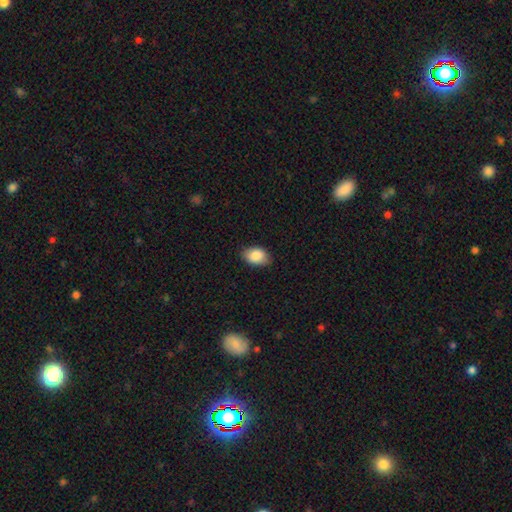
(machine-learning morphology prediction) Smooth or featured?
  - smooth: 87% *
  - star or artifact: 7%
  - featured or disk: 6%
How rounded?
  - in between: 88% *
  - round: 11%
  - cigar-shaped: 1%
Merging?
  - none: 84% *
  - minor disturbance: 13%
  - major disturbance: 2%
  - merger: 1%